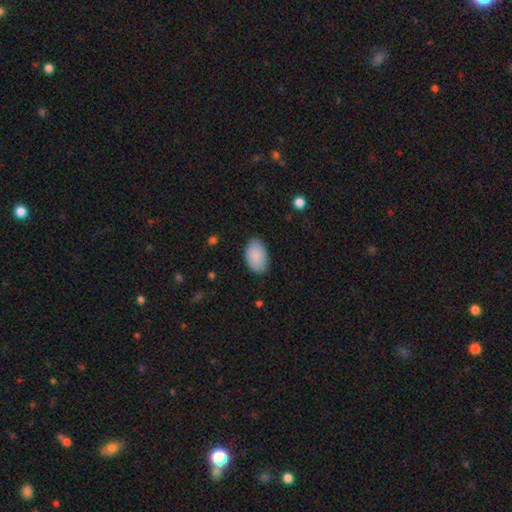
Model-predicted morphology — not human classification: This is clearly a smooth galaxy (89%). How rounded: clearly in between (93%). Merging: clearly none (84%).